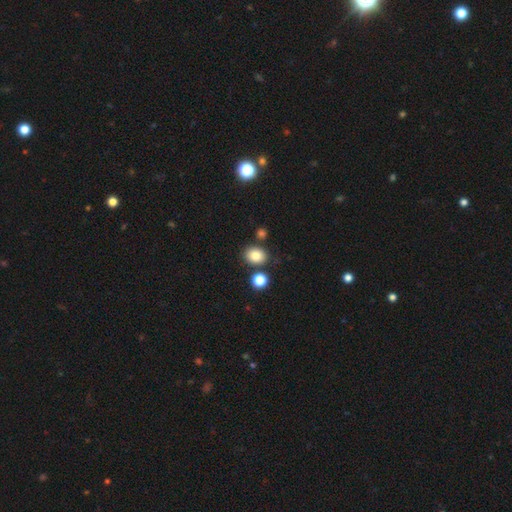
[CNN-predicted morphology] The model was most divided on "how rounded": round: 53%, in between: 47%, cigar-shaped: 1%. More confident: smooth or featured — smooth (82%); merging — none (79%).